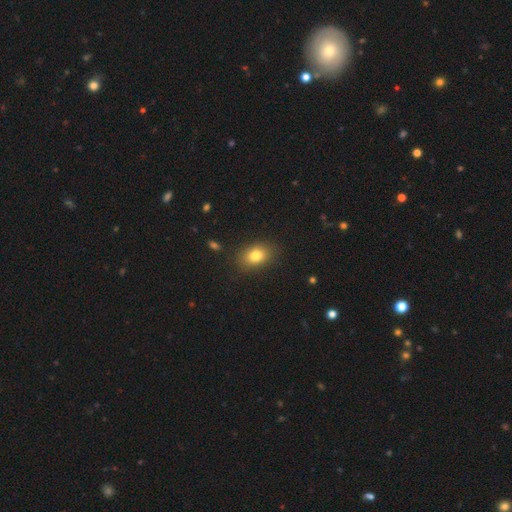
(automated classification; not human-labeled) smooth_or_featured: smooth (p=0.81) [alt: star or artifact p=0.10]
how_rounded: in between (p=0.75) [alt: round p=0.23]
merging: none (p=0.85) [alt: minor disturbance p=0.11]